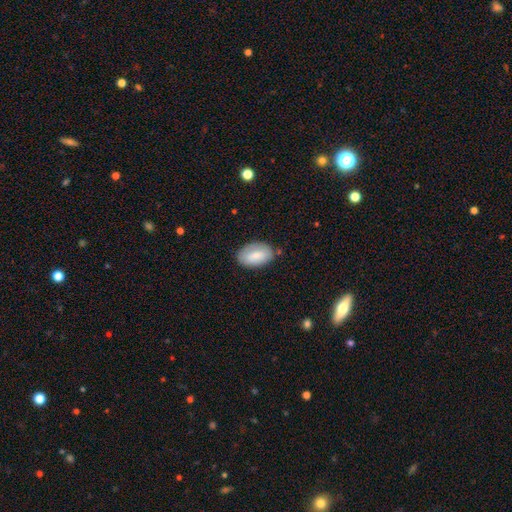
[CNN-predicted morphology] type=smooth (77%); roundness=in between (93%); merging=none (76%).